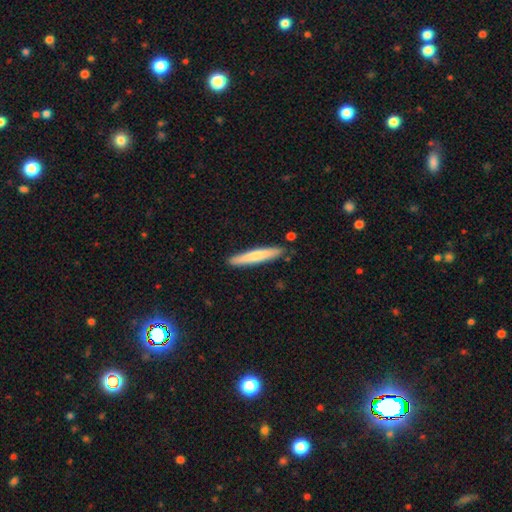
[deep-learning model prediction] This is likely a smooth galaxy (71%). How rounded: clearly cigar-shaped (94%). Merging: clearly none (87%).